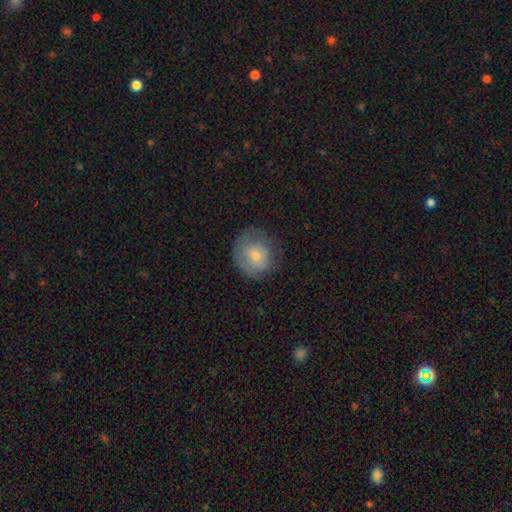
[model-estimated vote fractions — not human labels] Smooth or featured? Predicted: smooth (p=0.66). How rounded? Predicted: round (p=0.86). Merging? Predicted: none (p=0.71).